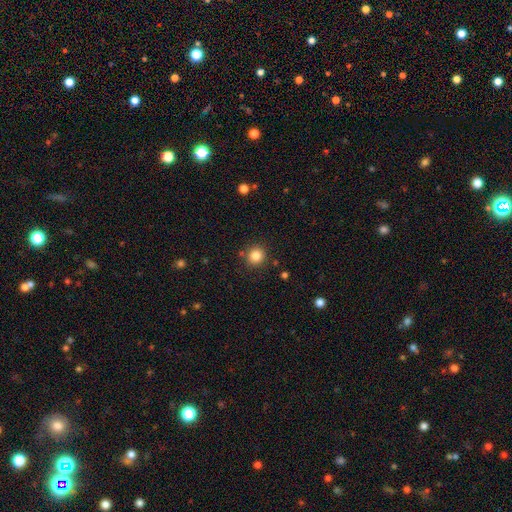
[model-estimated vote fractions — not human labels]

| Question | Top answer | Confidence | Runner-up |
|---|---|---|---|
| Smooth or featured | smooth | 85% | star or artifact (11%) |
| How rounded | round | 90% | in between (9%) |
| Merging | none | 87% | minor disturbance (8%) |